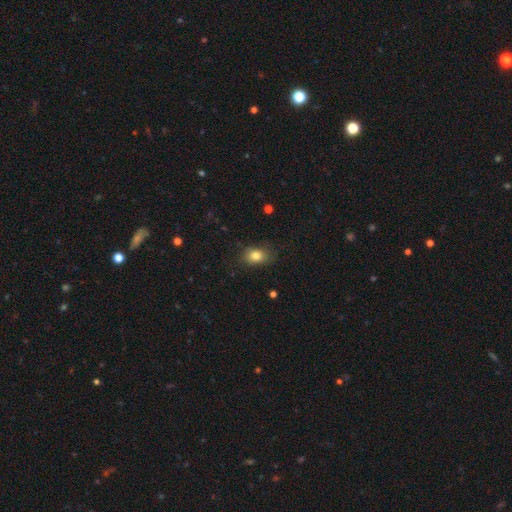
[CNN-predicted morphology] This appears to be a smooth galaxy with no disk features (82%) that is in between round and cigar-shaped (69%). Merging: none (77%).